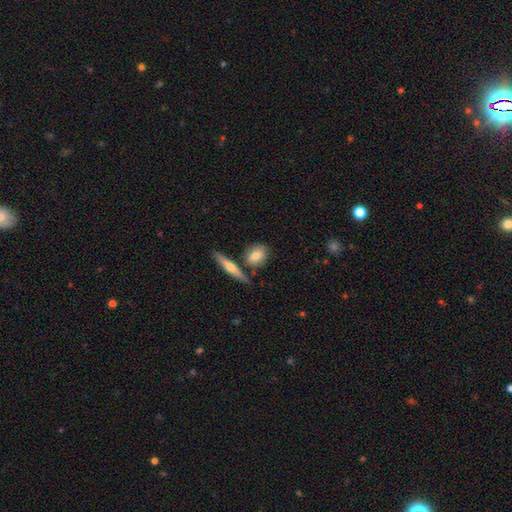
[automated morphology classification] type=smooth (74%); roundness=in between (52%); merging=none (68%).